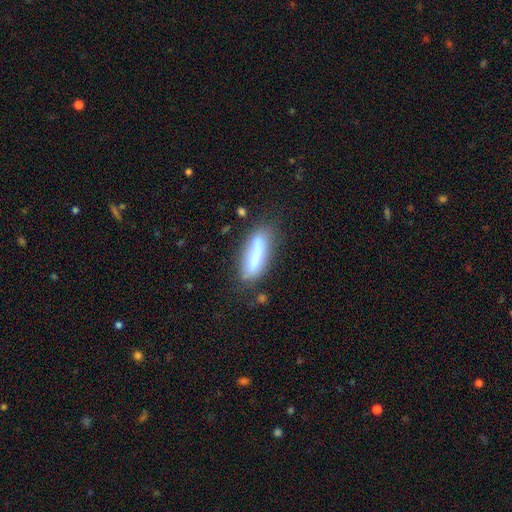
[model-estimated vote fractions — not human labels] Morphology: type=smooth (70%); roundness=cigar-shaped (56%); merging=none (60%).